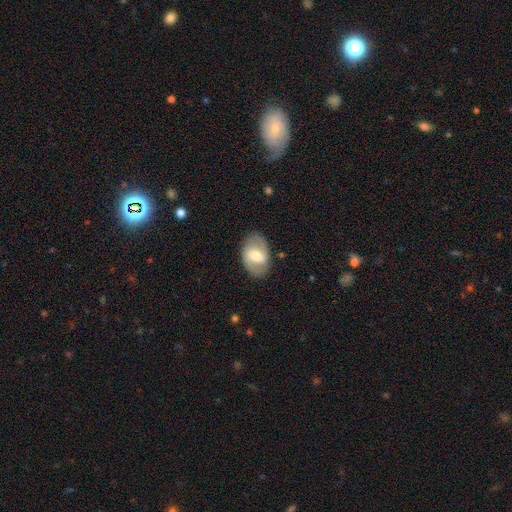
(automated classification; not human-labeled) Q: Smooth or featured?
A: featured or disk (61%); runner-up: smooth (32%)
Q: Edge-on disk?
A: no (95%); runner-up: yes (5%)
Q: Bar?
A: weak (47%); runner-up: no (28%)
Q: Spiral arms?
A: yes (71%); runner-up: no (29%)
Q: Bulge size?
A: moderate (64%); runner-up: small (27%)
Q: Merging?
A: none (82%); runner-up: minor disturbance (12%)